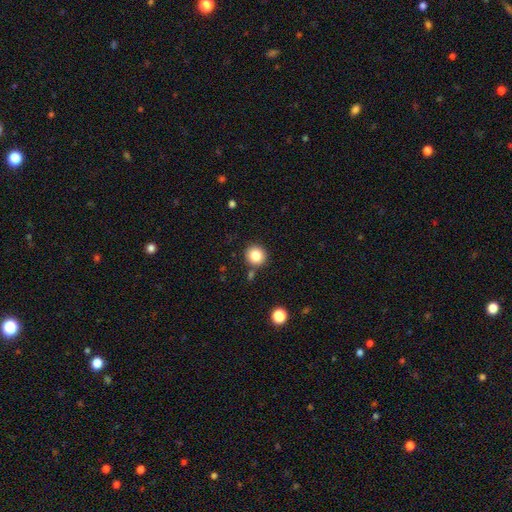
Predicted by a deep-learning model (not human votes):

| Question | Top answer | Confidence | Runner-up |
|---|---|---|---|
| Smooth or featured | smooth | 84% | star or artifact (10%) |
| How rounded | round | 90% | in between (9%) |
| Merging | none | 86% | minor disturbance (7%) |